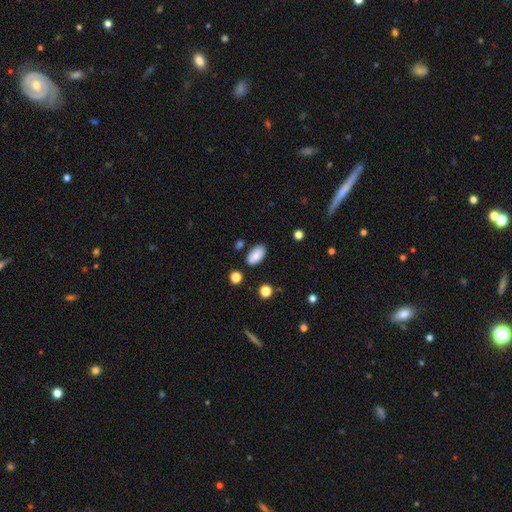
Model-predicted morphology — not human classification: Smooth or featured: smooth — 87% (star or artifact — 8%)
How rounded: in between — 94% (round — 3%)
Merging: none — 84% (minor disturbance — 11%)